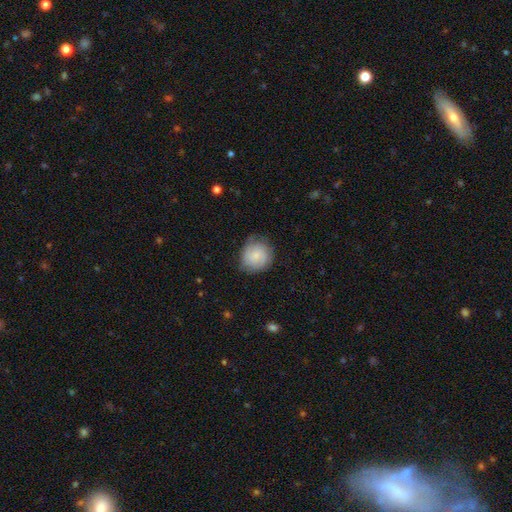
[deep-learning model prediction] Smooth or featured? Predicted: smooth (p=0.60). How rounded? Predicted: round (p=0.82). Merging? Predicted: none (p=0.74).